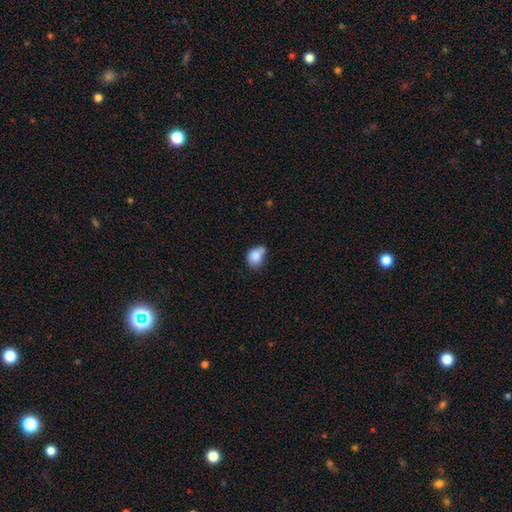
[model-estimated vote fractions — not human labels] Smooth or featured?
  - smooth: 81% *
  - featured or disk: 10%
  - star or artifact: 9%
How rounded?
  - in between: 53% *
  - round: 45%
  - cigar-shaped: 1%
Merging?
  - none: 35% *
  - minor disturbance: 33%
  - merger: 21%
  - major disturbance: 11%